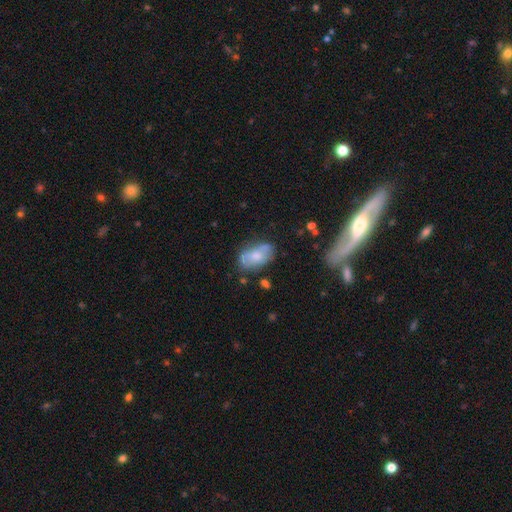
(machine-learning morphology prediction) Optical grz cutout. It shows a smooth galaxy with no disk features (56%) that is in between round and cigar-shaped (90%). Merging: none (59%).